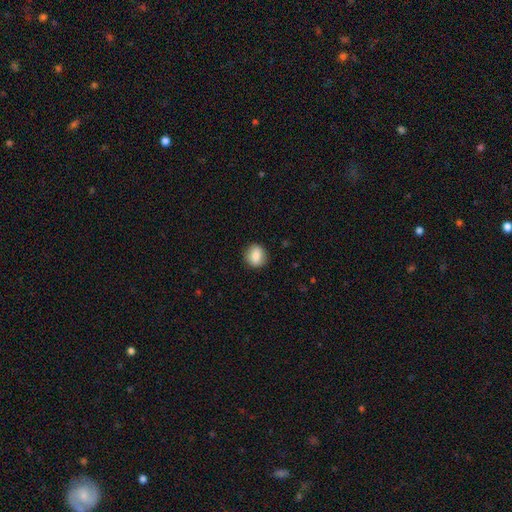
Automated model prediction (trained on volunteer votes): Morphology: type=smooth (84%); roundness=round (70%); merging=none (87%).